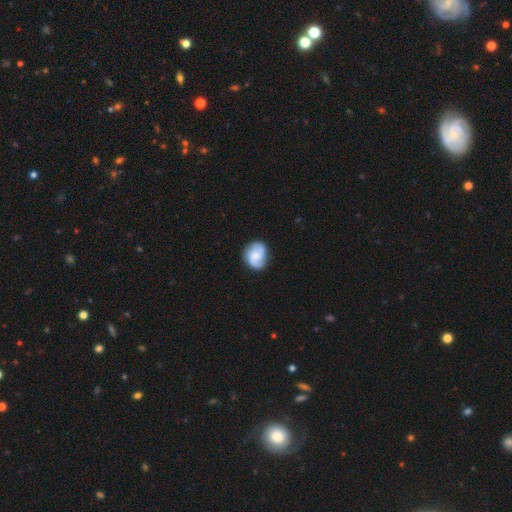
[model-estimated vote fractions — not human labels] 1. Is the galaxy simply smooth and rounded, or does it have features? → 61% featured or disk, 32% smooth, 7% star or artifact.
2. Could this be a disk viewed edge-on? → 98% no, 2% yes.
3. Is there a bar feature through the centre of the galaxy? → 66% no, 29% weak, 5% strong.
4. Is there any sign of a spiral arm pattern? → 94% yes, 6% no.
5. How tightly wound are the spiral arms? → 46% medium, 29% tight, 26% loose.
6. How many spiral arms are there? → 62% 2, 19% 3, 10% can't tell, 4% 1, 3% 4, 2% more than 4.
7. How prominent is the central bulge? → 44% small, 34% moderate, 14% none, 6% large, 2% dominant.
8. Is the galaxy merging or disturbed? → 78% none, 17% minor disturbance, 5% major disturbance, 1% merger.